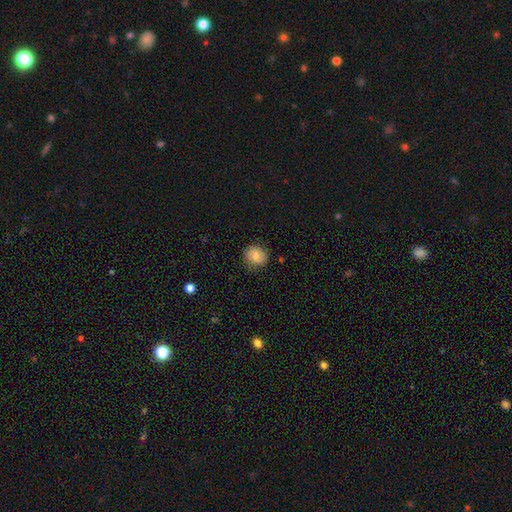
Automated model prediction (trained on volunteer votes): The model was most divided on "how rounded": round: 77%, in between: 22%, cigar-shaped: 1%. More confident: merging — none (78%); smooth or featured — smooth (76%).